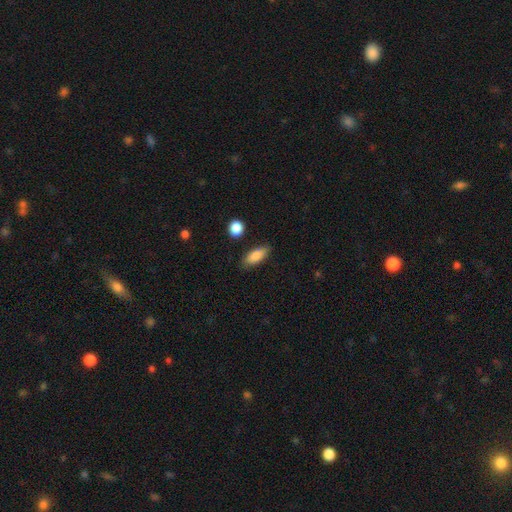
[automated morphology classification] Smooth or featured: smooth — 84% (featured or disk — 9%)
How rounded: in between — 80% (cigar-shaped — 17%)
Merging: none — 79% (minor disturbance — 15%)